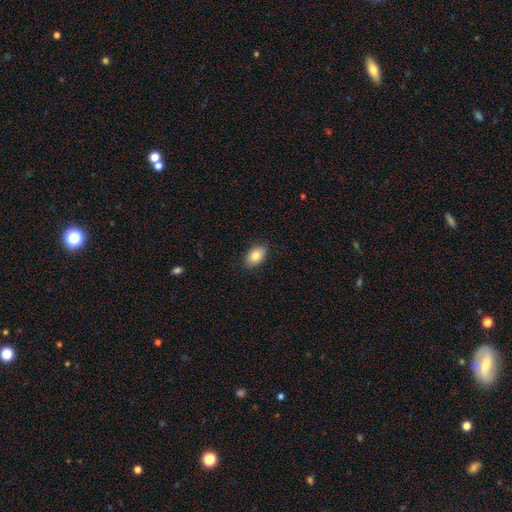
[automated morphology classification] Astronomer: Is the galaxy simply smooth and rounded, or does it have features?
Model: smooth — 85%.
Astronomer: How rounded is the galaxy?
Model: in between — 89%.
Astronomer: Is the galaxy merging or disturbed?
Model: none — 88%.